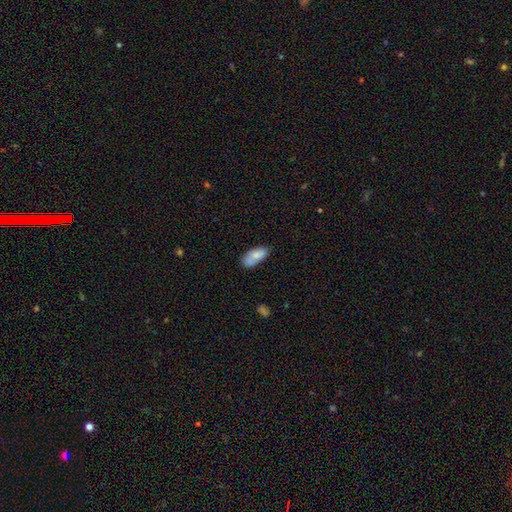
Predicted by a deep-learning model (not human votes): Overall: smooth (71%). How rounded: in between (90%). Merging: none (50%; minor disturbance 28%).